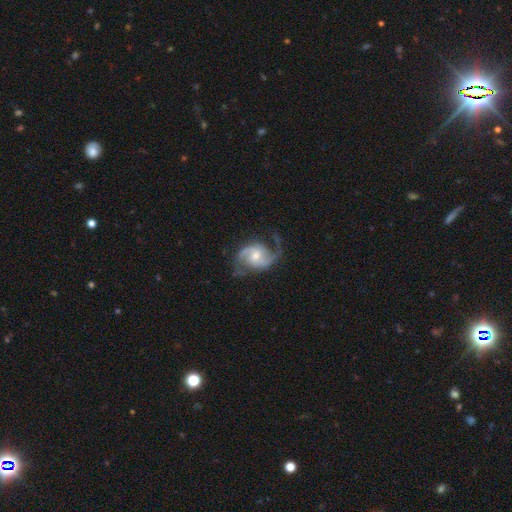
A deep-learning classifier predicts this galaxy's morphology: Smooth or featured: featured or disk — 90% (smooth — 6%)
Edge-on disk: no — 98% (yes — 2%)
Bar: no — 50% (weak — 40%)
Spiral arms: yes — 97% (no — 3%)
Spiral winding: medium — 48% (loose — 40%)
Spiral arm count: 2 — 90% (1 — 3%)
Bulge size: moderate — 51% (small — 42%)
Merging: none — 69% (minor disturbance — 18%)